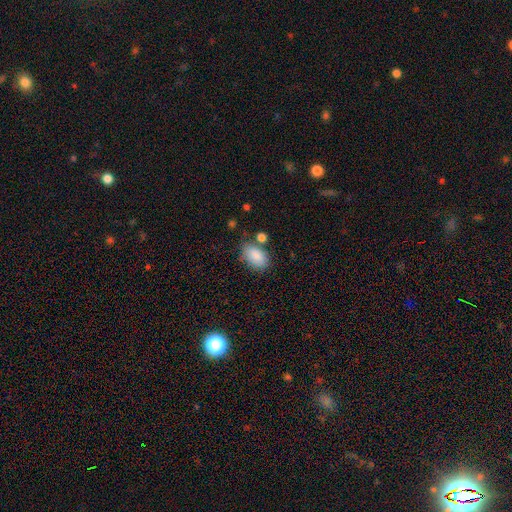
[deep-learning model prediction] Smooth or featured: smooth — 87% (star or artifact — 7%)
How rounded: in between — 91% (round — 8%)
Merging: none — 65% (minor disturbance — 19%)